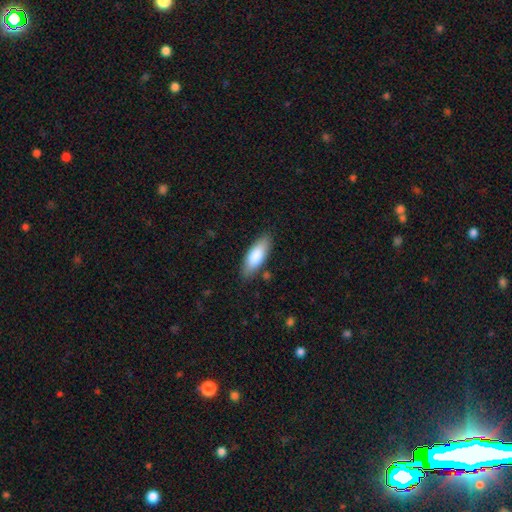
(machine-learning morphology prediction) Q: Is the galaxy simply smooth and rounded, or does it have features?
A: smooth — 80%.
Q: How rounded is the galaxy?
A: in between — 69%.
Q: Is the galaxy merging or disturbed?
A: none — 84%.